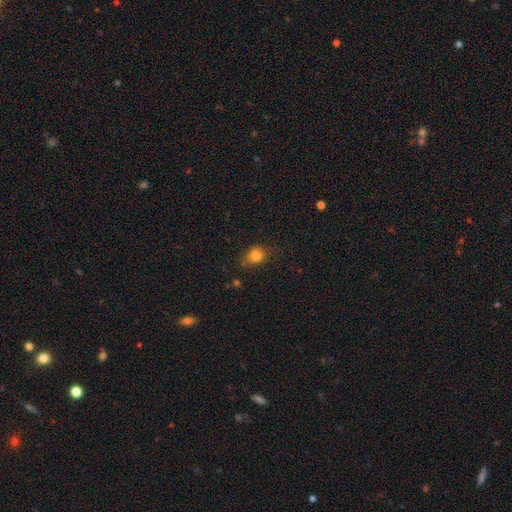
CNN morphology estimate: smooth_or_featured: smooth (p=0.81) [alt: star or artifact p=0.12]
how_rounded: round (p=0.64) [alt: in between p=0.35]
merging: none (p=0.68) [alt: minor disturbance p=0.24]